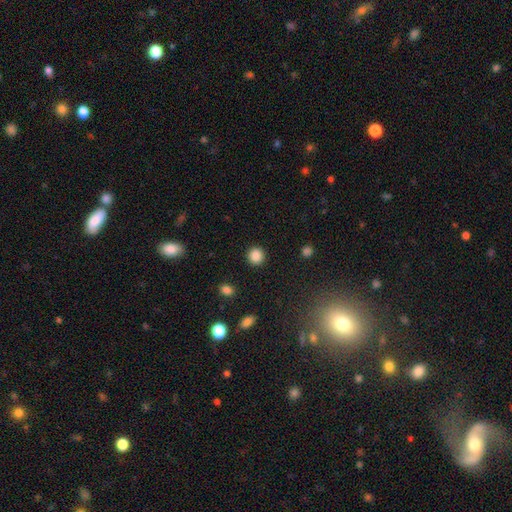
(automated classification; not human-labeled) smooth_or_featured: smooth (p=0.87) [alt: star or artifact p=0.10]
how_rounded: round (p=0.93) [alt: in between p=0.06]
merging: none (p=0.92) [alt: minor disturbance p=0.05]